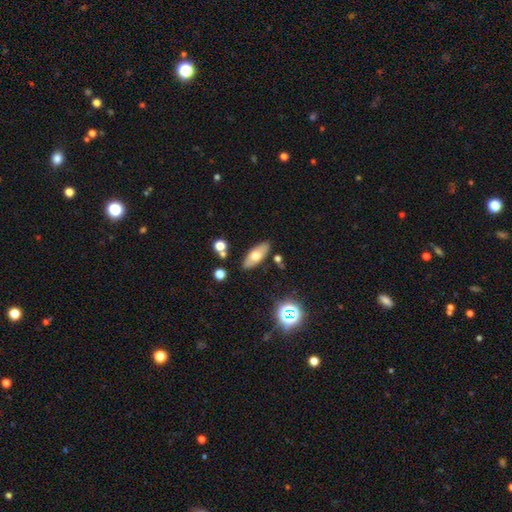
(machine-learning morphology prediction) Smooth or featured: smooth — 61% (featured or disk — 31%)
How rounded: in between — 75% (cigar-shaped — 22%)
Merging: none — 84% (minor disturbance — 10%)